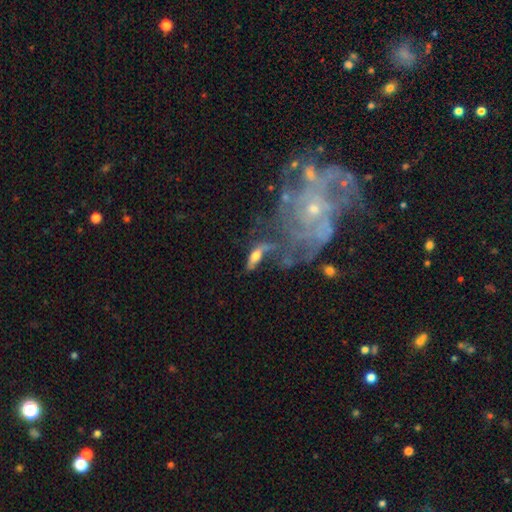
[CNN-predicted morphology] smooth-or-featured: smooth: 46% | featured or disk: 44% | star or artifact: 10%
  merging: none: 36% | major disturbance: 23% | minor disturbance: 21% | merger: 20%